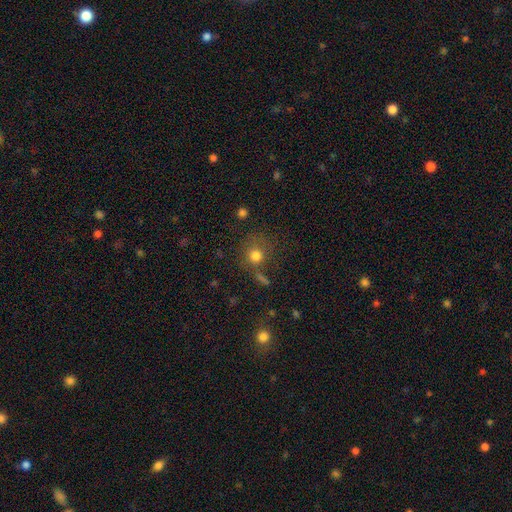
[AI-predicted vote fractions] The model was most divided on "merging": none: 65%, minor disturbance: 16%, merger: 10%, major disturbance: 9%. More confident: how rounded — round (86%); smooth or featured — smooth (77%).